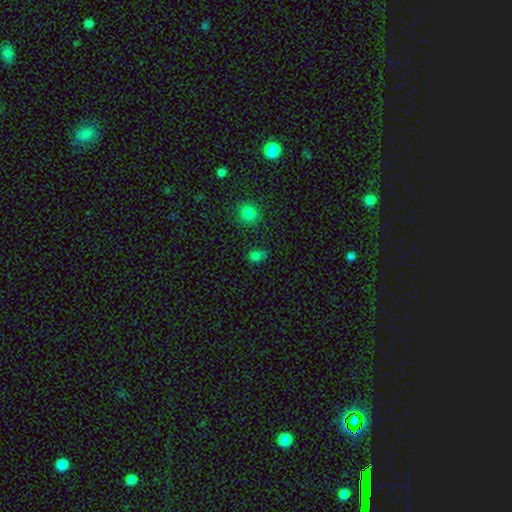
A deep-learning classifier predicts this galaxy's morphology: Smooth or featured? smooth (73%)
How rounded? round (61%)
Merging? none (63%)